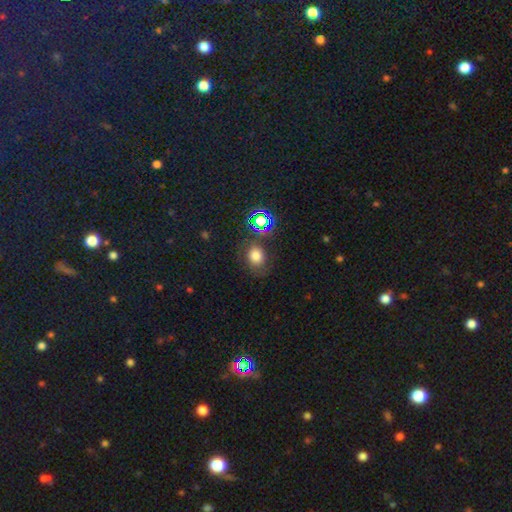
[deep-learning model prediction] smooth-or-featured: smooth: 72% | star or artifact: 19% | featured or disk: 9%
  how-rounded: round: 55% | in between: 44% | cigar-shaped: 1%
  merging: none: 69% | minor disturbance: 17% | major disturbance: 8% | merger: 6%